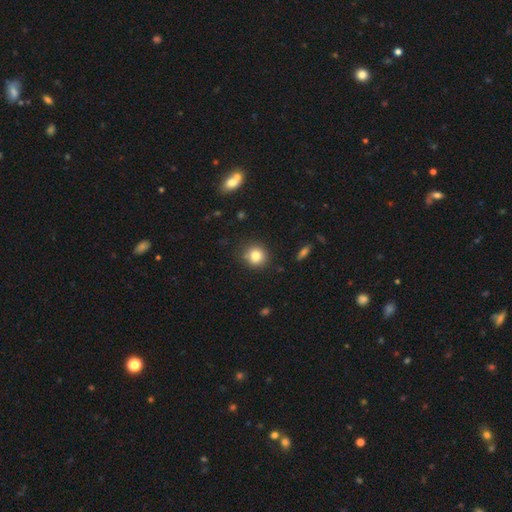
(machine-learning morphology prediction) Smooth or featured?
  - smooth: 82% *
  - star or artifact: 11%
  - featured or disk: 7%
How rounded?
  - round: 89% *
  - in between: 10%
  - cigar-shaped: 1%
Merging?
  - none: 85% *
  - minor disturbance: 11%
  - major disturbance: 2%
  - merger: 2%